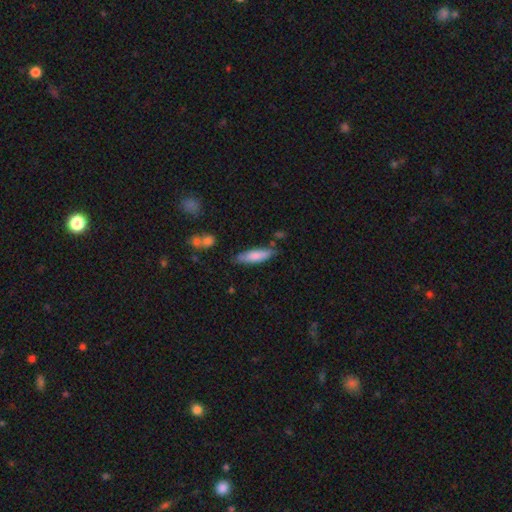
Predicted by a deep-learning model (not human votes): This is likely a smooth galaxy (79%). How rounded: likely cigar-shaped (63%). Merging: likely none (77%).